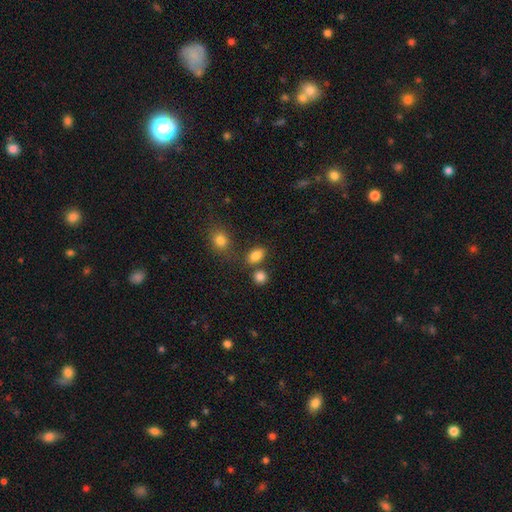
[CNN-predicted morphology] A smooth galaxy with no disk features (84%) that is in between round and cigar-shaped (75%). Merging: none (70%).